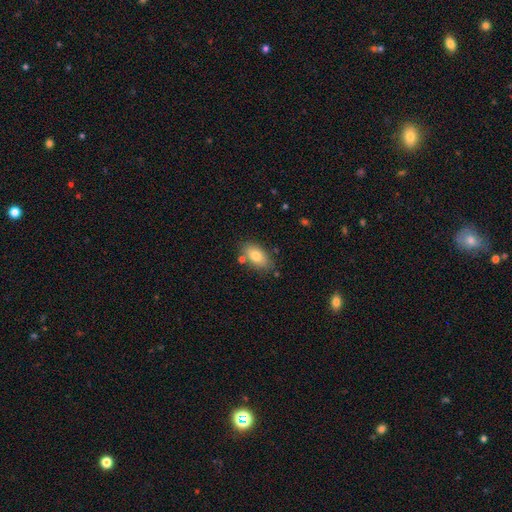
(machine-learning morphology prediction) Q: Smooth or featured?
A: smooth (78%); runner-up: featured or disk (14%)
Q: How rounded?
A: in between (91%); runner-up: round (6%)
Q: Merging?
A: none (77%); runner-up: minor disturbance (14%)